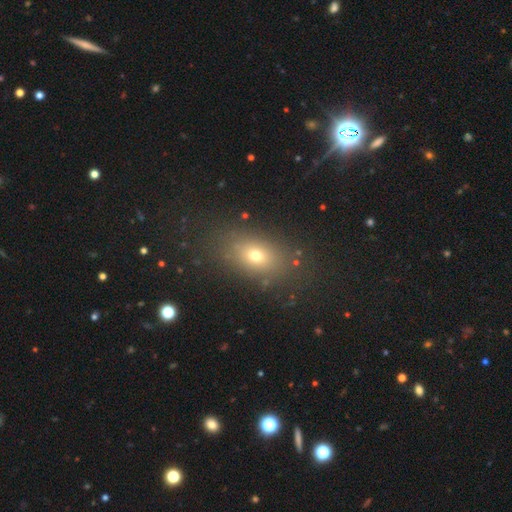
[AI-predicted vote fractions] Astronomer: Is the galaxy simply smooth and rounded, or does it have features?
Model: smooth — 68%.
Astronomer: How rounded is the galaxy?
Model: in between — 74%.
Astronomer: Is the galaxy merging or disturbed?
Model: none — 83%.